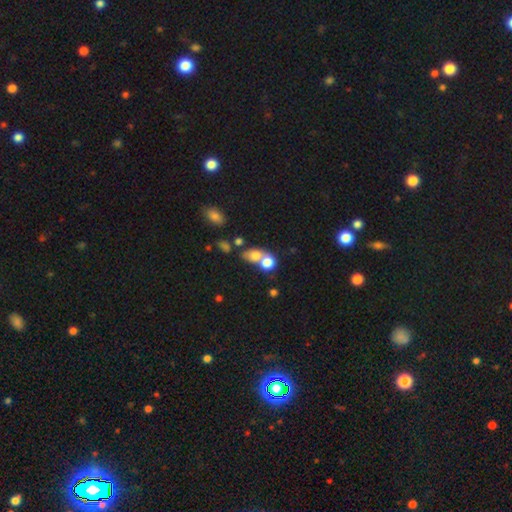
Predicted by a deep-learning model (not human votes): This is likely a smooth galaxy (75%). How rounded: possibly round (49%). Merging: likely merger (61%).